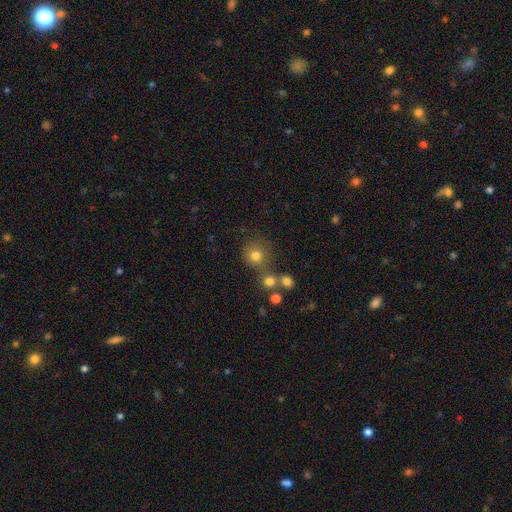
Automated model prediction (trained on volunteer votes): Smooth or featured? Predicted: smooth (p=0.76). How rounded? Predicted: round (p=0.89). Merging? Predicted: none (p=0.64).